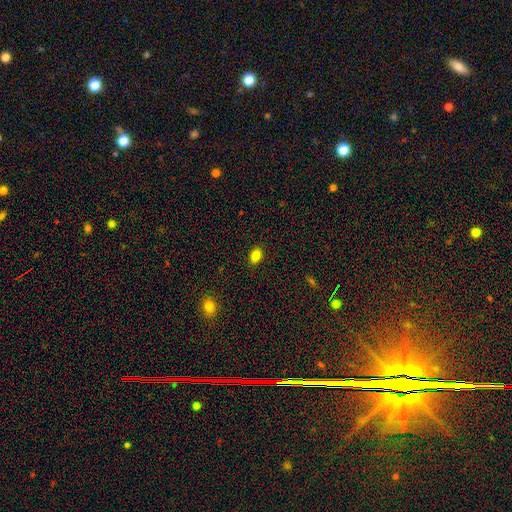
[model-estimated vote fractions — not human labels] Morphology: type=smooth (83%); roundness=in between (78%); merging=none (88%).